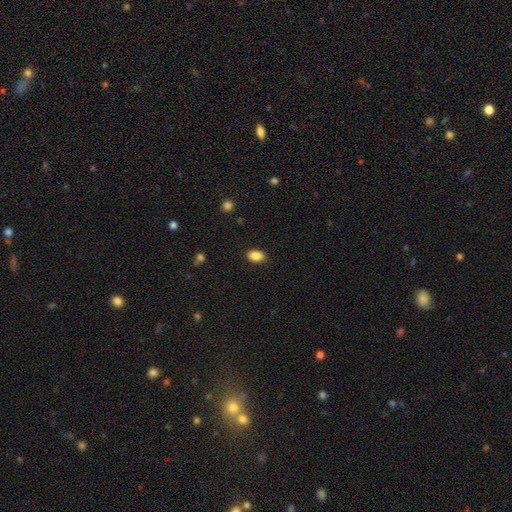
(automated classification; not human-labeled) Smooth or featured? smooth (88%)
How rounded? in between (89%)
Merging? none (87%)